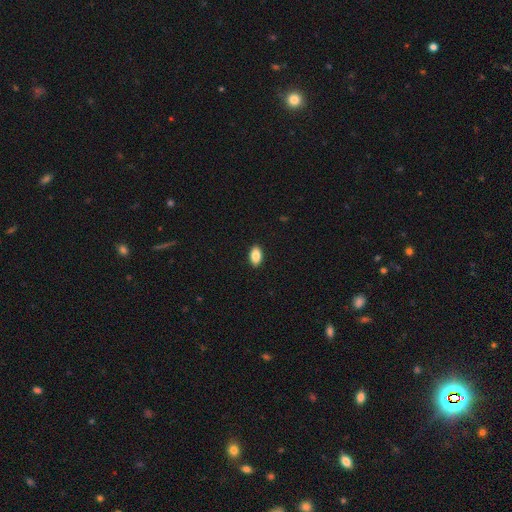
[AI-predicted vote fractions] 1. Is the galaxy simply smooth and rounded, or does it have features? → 86% smooth, 7% star or artifact, 7% featured or disk.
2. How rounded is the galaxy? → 92% in between, 5% round, 2% cigar-shaped.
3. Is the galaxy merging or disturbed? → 90% none, 7% minor disturbance, 2% major disturbance, 1% merger.